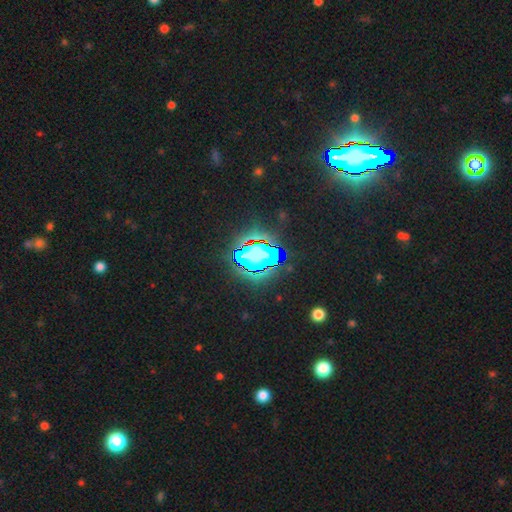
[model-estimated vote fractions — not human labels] Smooth or featured?
  - star or artifact: 64% *
  - smooth: 22%
  - featured or disk: 14%